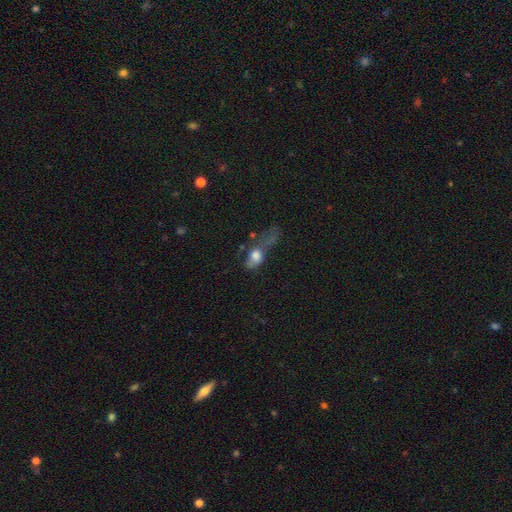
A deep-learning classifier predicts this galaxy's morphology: A smooth galaxy with no disk features (62%) that is in between round and cigar-shaped (67%). Merging: major disturbance (56%).